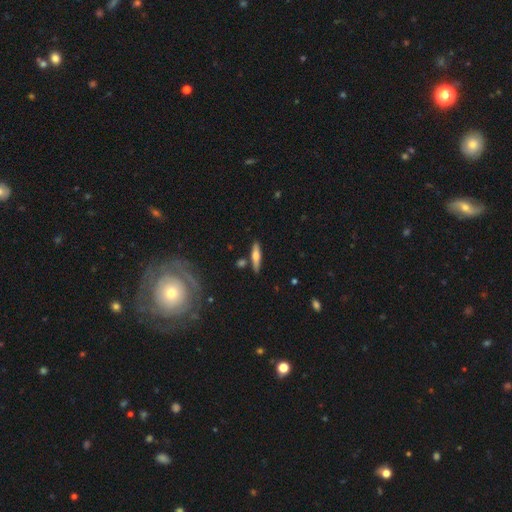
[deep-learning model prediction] Q: Smooth or featured?
A: smooth (49%); runner-up: featured or disk (45%)
Q: Merging?
A: none (81%); runner-up: minor disturbance (11%)